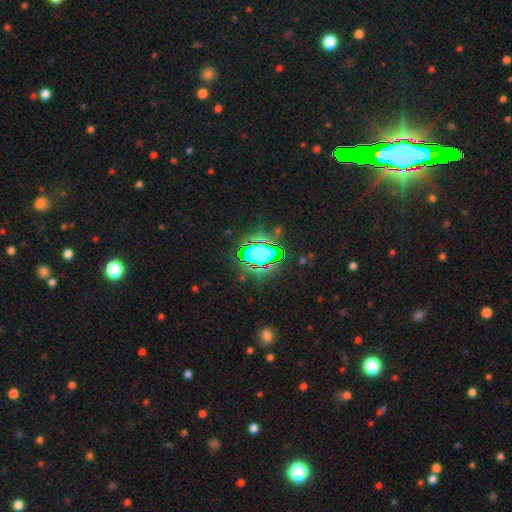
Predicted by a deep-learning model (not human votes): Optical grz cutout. It shows a star or artifact, not a galaxy (69%).